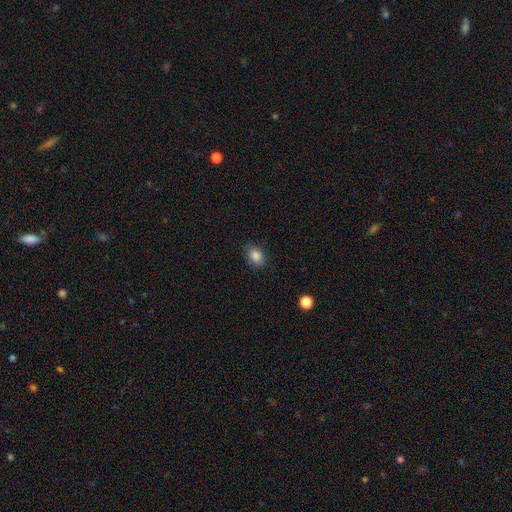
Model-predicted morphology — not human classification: Q: Smooth or featured?
A: smooth (85%); runner-up: star or artifact (10%)
Q: How rounded?
A: in between (61%); runner-up: round (38%)
Q: Merging?
A: none (82%); runner-up: minor disturbance (14%)